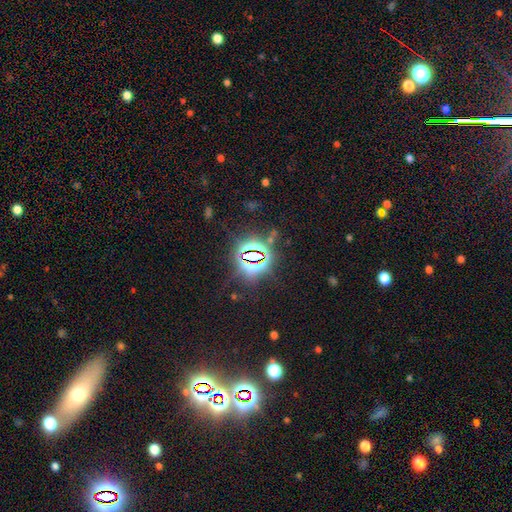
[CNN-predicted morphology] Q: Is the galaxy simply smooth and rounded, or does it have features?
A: star or artifact — 81%.